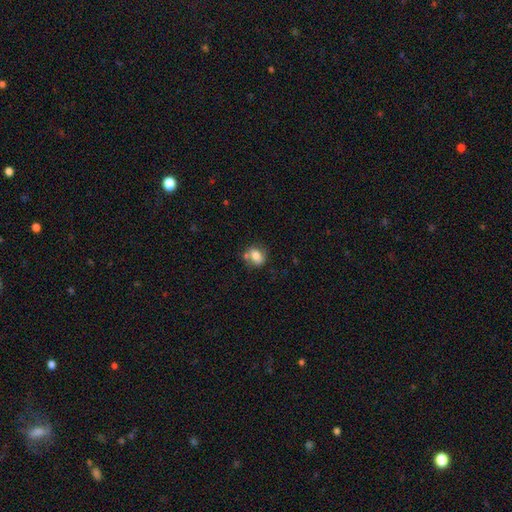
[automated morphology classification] Smooth or featured?
  - smooth: 69% *
  - featured or disk: 21%
  - star or artifact: 10%
How rounded?
  - in between: 52% *
  - round: 47%
  - cigar-shaped: 1%
Merging?
  - none: 53% *
  - minor disturbance: 20%
  - merger: 20%
  - major disturbance: 7%